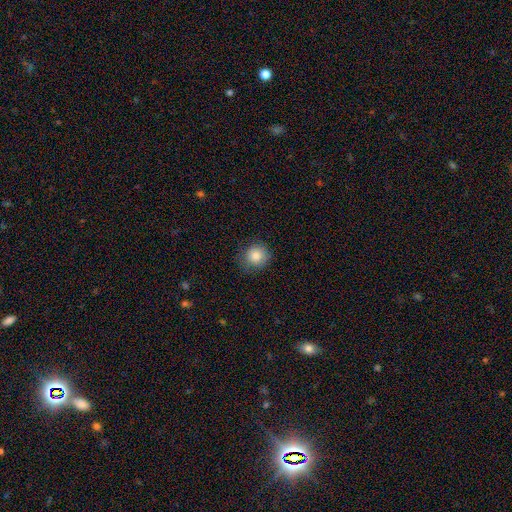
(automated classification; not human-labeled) smooth-or-featured: smooth: 83% | star or artifact: 10% | featured or disk: 7%
  how-rounded: round: 91% | in between: 8% | cigar-shaped: 1%
  merging: none: 81% | minor disturbance: 14% | major disturbance: 4% | merger: 1%